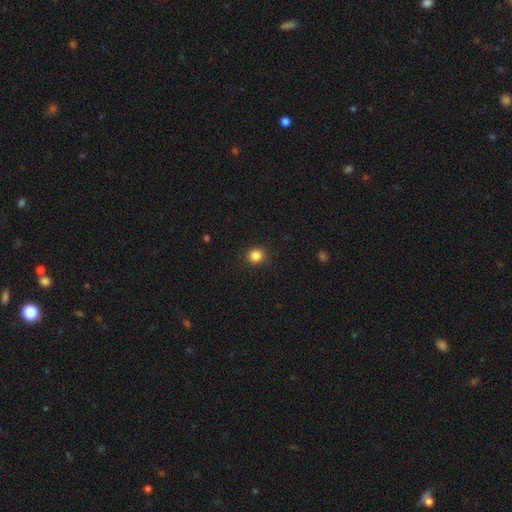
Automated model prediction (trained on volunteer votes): Smooth or featured?
  - smooth: 86% *
  - star or artifact: 11%
  - featured or disk: 3%
How rounded?
  - round: 89% *
  - in between: 10%
  - cigar-shaped: 1%
Merging?
  - none: 89% *
  - minor disturbance: 8%
  - major disturbance: 2%
  - merger: 1%